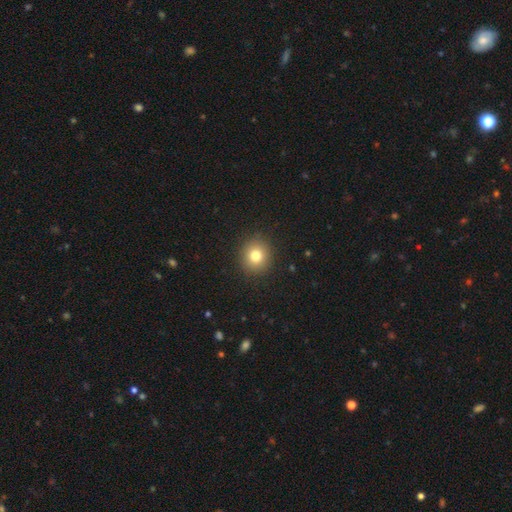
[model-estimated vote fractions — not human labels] Smooth or featured? smooth (78%)
How rounded? round (89%)
Merging? none (91%)